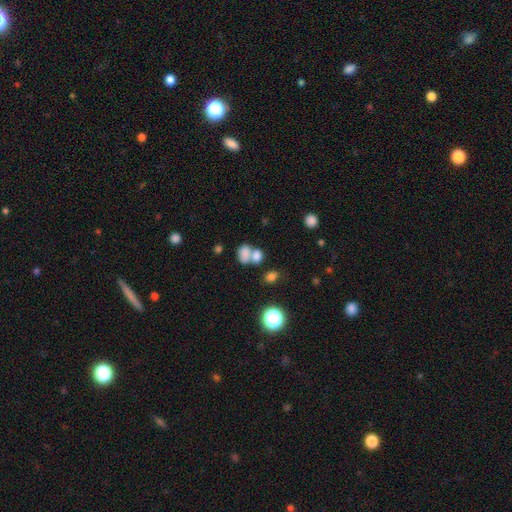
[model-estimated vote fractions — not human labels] Morphology: type=smooth (77%); roundness=in between (68%); merging=merger (57%).